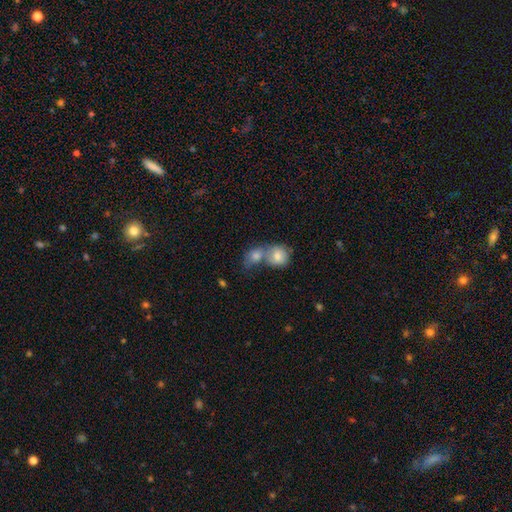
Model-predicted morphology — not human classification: A smooth galaxy with no disk features (79%) that is round (57%).

Vote fractions:
- Smooth or featured? smooth: 79% / featured or disk: 13% / star or artifact: 8%
- How rounded? round: 57% / in between: 41% / cigar-shaped: 2%
- Merging? merger: 70% / none: 20% / minor disturbance: 7% / major disturbance: 4%